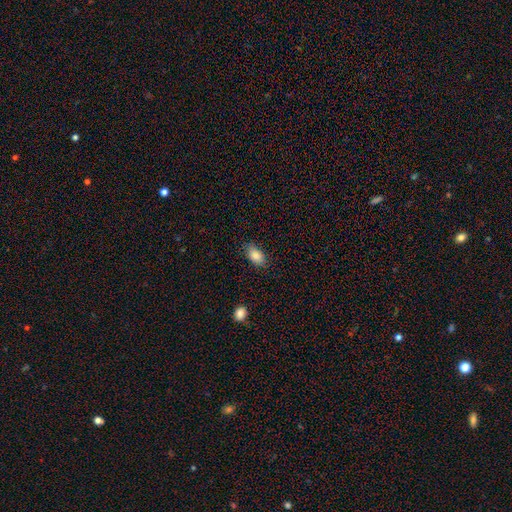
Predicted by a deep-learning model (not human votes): smooth_or_featured: smooth (p=0.87) [alt: star or artifact p=0.08]
how_rounded: in between (p=0.90) [alt: round p=0.07]
merging: none (p=0.81) [alt: minor disturbance p=0.15]